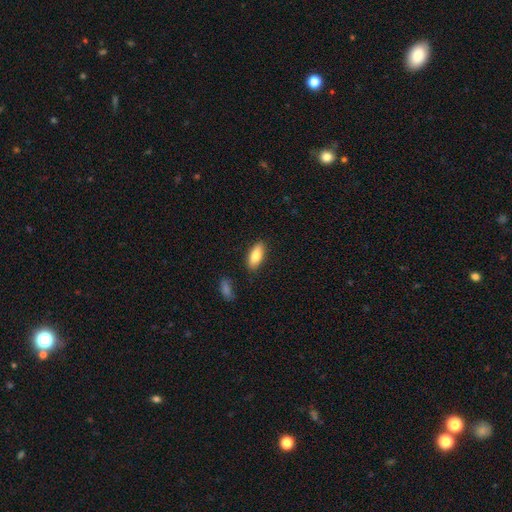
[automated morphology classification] smooth 81%, featured or disk 12%, star or artifact 6%. Down the decision tree: how rounded — in between (80%); merging — none (86%).